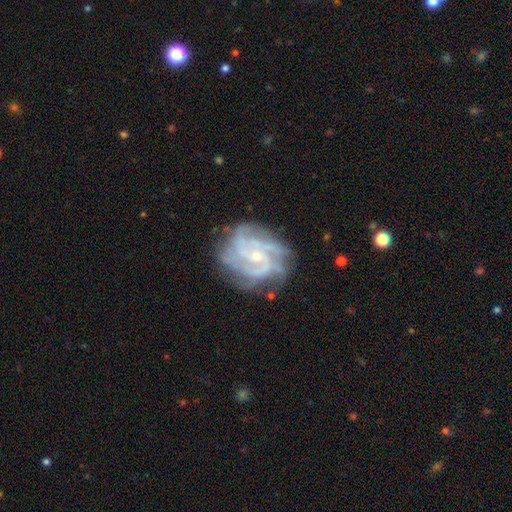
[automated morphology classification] Smooth or featured: featured or disk — 89% (star or artifact — 6%)
Edge-on disk: no — 98% (yes — 2%)
Bar: no — 60% (weak — 31%)
Spiral arms: yes — 97% (no — 3%)
Spiral winding: tight — 56% (medium — 38%)
Spiral arm count: 4 — 32% (3 — 29%)
Bulge size: small — 72% (moderate — 23%)
Merging: none — 74% (minor disturbance — 17%)